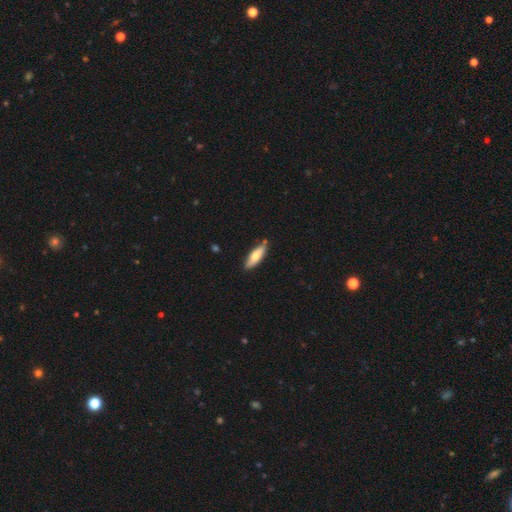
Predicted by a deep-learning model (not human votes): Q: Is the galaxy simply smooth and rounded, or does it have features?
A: smooth — 69%.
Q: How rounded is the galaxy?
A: cigar-shaped — 50%.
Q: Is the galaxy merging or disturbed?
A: none — 82%.